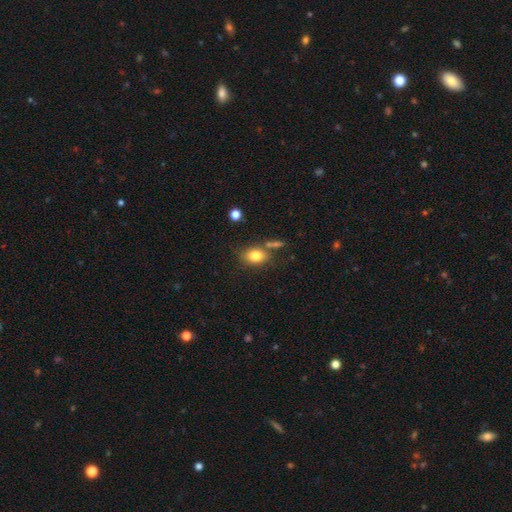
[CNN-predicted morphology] This is clearly a smooth galaxy (81%). How rounded: likely in between (72%). Merging: likely none (66%).